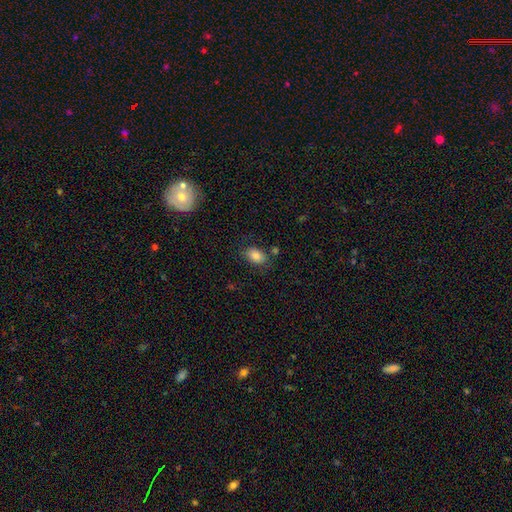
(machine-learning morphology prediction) This appears to be a smooth galaxy with no disk features (84%) that is in between round and cigar-shaped (83%). Merging: none (74%).